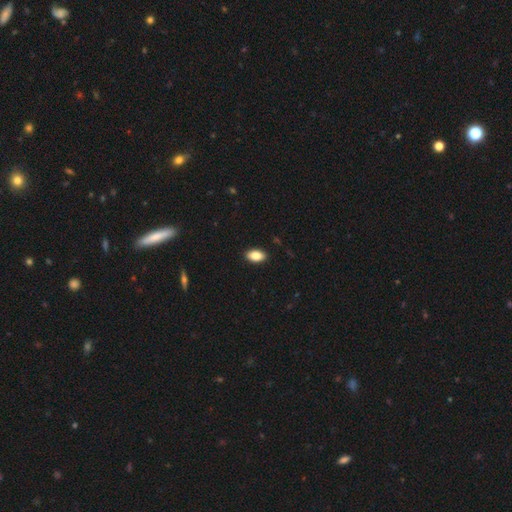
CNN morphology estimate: Q: Smooth or featured?
A: smooth (85%); runner-up: star or artifact (8%)
Q: How rounded?
A: in between (92%); runner-up: round (5%)
Q: Merging?
A: none (90%); runner-up: minor disturbance (7%)